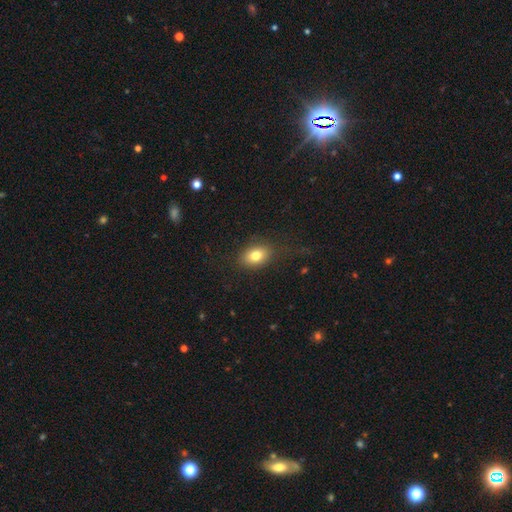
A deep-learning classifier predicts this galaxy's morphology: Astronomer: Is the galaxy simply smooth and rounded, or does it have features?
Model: smooth — 80%.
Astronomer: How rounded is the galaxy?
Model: in between — 77%.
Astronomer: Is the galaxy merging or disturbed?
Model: none — 79%.